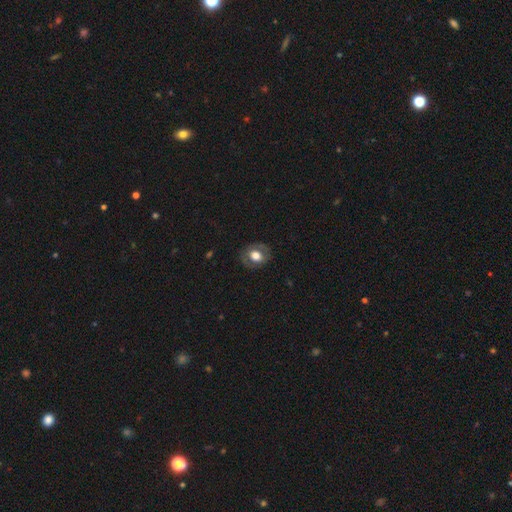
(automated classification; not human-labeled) Smooth or featured?
  - smooth: 58% *
  - featured or disk: 34%
  - star or artifact: 8%
How rounded?
  - round: 52% *
  - in between: 47%
  - cigar-shaped: 1%
Merging?
  - none: 80% *
  - minor disturbance: 14%
  - major disturbance: 5%
  - merger: 1%